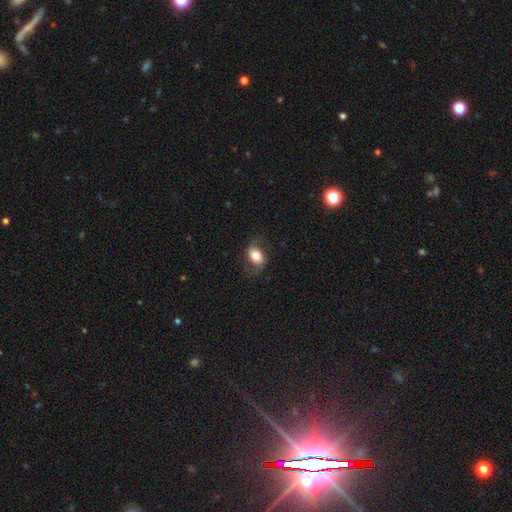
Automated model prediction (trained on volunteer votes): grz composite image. It shows a smooth galaxy with no disk features (57%) that is in between round and cigar-shaped (80%). Merging: none (70%).